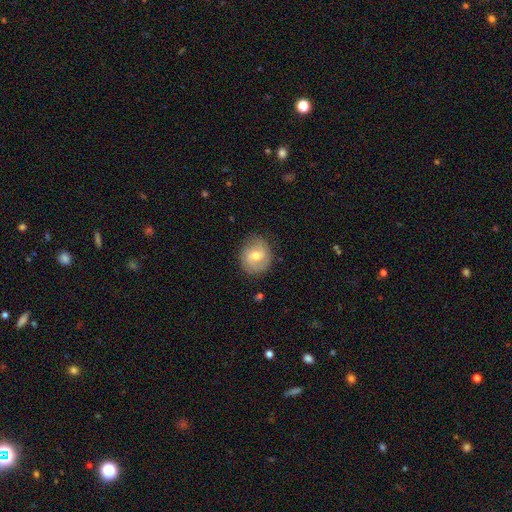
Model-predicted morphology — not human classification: This appears to be a featured or disk galaxy (67%) with a weak bar (52%), 2 (65%) tight (43%) spiral arms (88%) and a moderate central bulge (70%). Merging: none (78%).